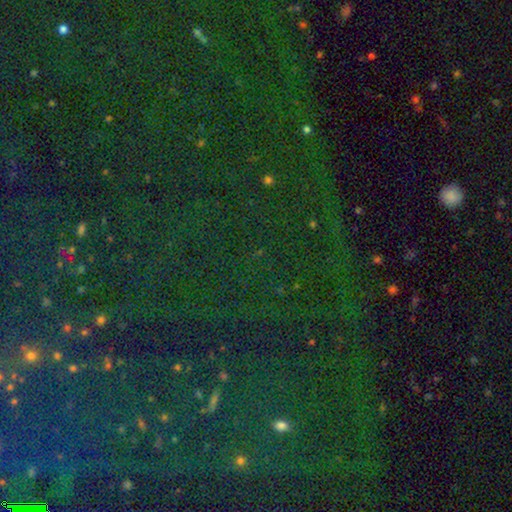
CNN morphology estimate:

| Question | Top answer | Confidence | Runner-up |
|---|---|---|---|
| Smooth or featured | star or artifact | 82% | smooth (11%) |